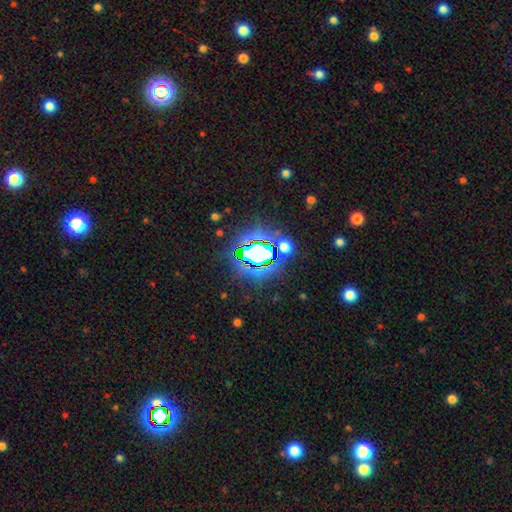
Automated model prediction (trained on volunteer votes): star or artifact 69%, smooth 19%, featured or disk 12%.